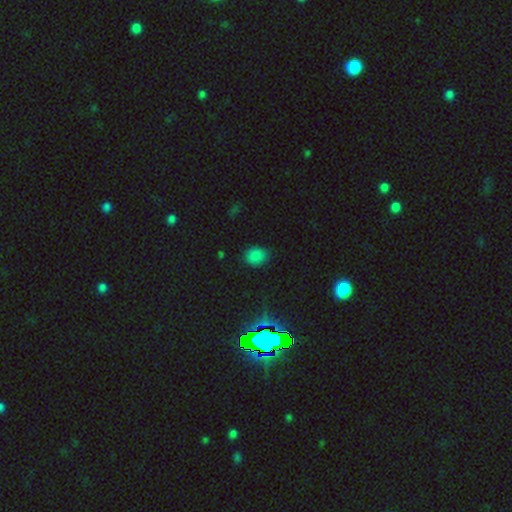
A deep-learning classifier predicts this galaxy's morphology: type=smooth (79%); roundness=round (52%); merging=none (78%).